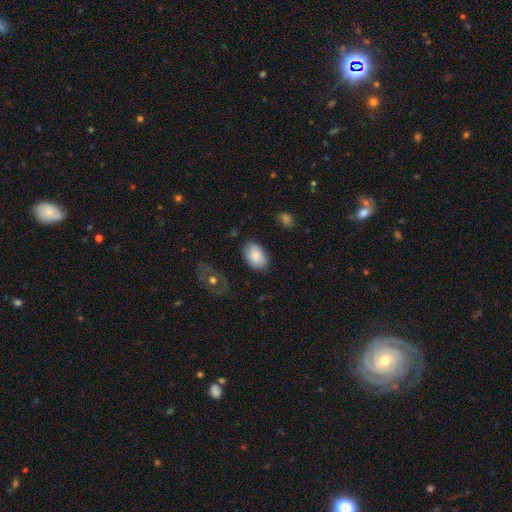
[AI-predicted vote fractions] Smooth or featured: smooth — 84% (featured or disk — 9%)
How rounded: in between — 86% (round — 13%)
Merging: none — 80% (minor disturbance — 15%)